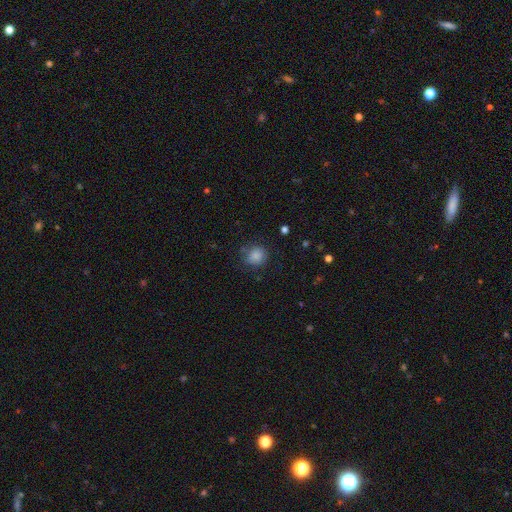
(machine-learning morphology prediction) Overall: smooth (84%). How rounded: round (85%). Merging: none (77%).